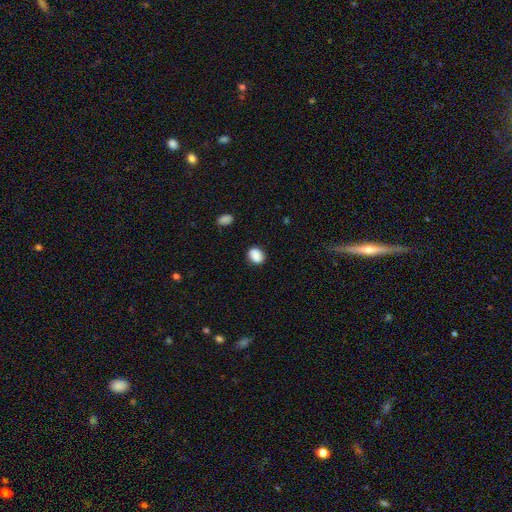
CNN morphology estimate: A smooth galaxy with no disk features (87%) that is in between round and cigar-shaped (51%).

Vote fractions:
- Smooth or featured? smooth: 87% / star or artifact: 9% / featured or disk: 5%
- How rounded? in between: 51% / round: 48% / cigar-shaped: 1%
- Merging? none: 81% / minor disturbance: 14% / major disturbance: 3% / merger: 2%